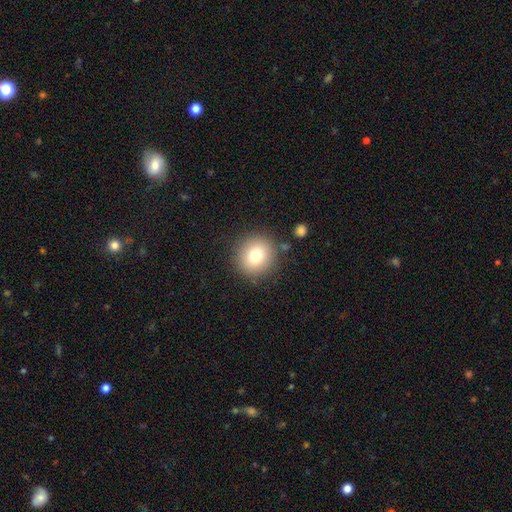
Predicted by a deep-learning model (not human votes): smooth-or-featured: smooth: 77% | featured or disk: 12% | star or artifact: 11%
  how-rounded: round: 90% | in between: 9% | cigar-shaped: 1%
  merging: none: 86% | minor disturbance: 8% | major disturbance: 3% | merger: 3%